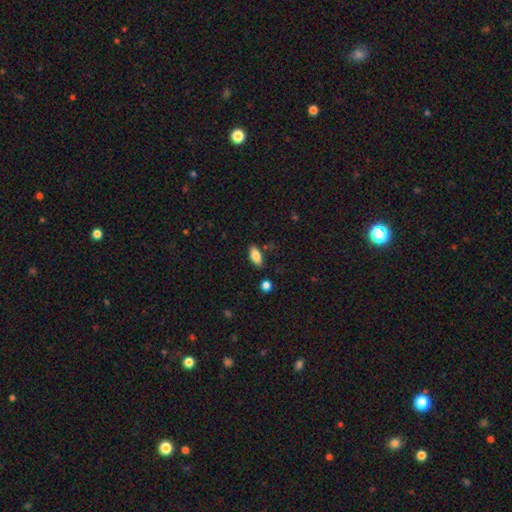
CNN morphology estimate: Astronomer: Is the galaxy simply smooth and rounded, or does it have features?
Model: smooth — 83%.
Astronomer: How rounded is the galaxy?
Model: in between — 86%.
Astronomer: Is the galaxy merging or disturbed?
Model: none — 83%.